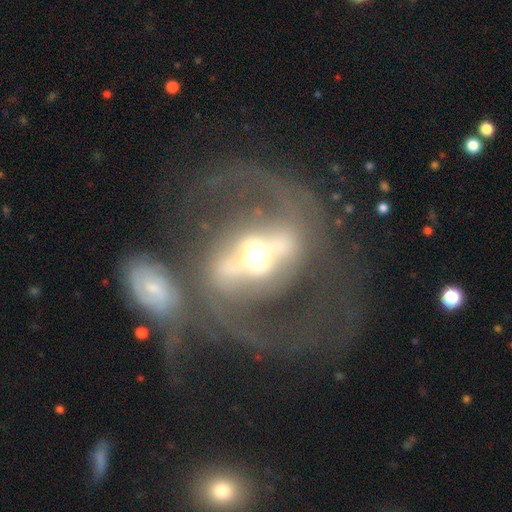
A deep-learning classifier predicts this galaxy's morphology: The model was most divided on "merging": none: 42%, merger: 32%, major disturbance: 15%, minor disturbance: 11%. Remaining: edge-on disk — no (94%); smooth or featured — featured or disk (85%); spiral arm count — 2 (85%); spiral arms — yes (80%); bar — strong (68%); bulge size — moderate (62%); spiral winding — medium (50%).